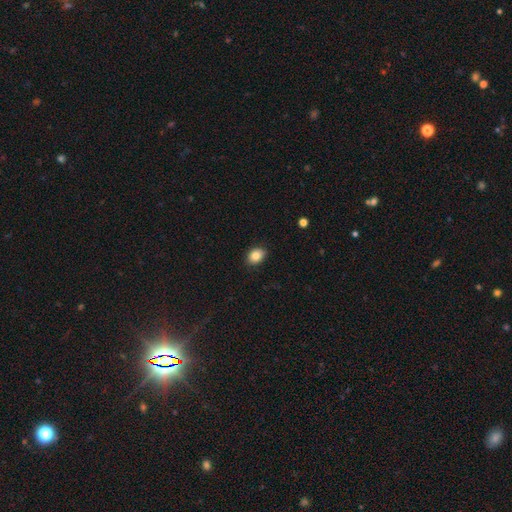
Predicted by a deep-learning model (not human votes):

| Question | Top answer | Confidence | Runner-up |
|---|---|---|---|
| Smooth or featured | smooth | 85% | star or artifact (9%) |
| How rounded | in between | 71% | round (28%) |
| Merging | none | 87% | minor disturbance (10%) |